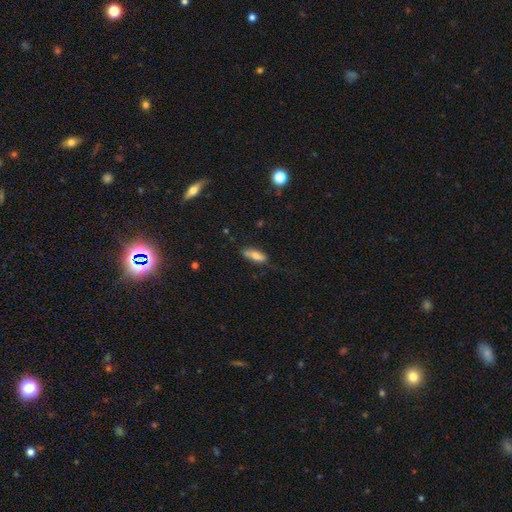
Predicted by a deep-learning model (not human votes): Morphology: type=smooth (72%); roundness=in between (65%); merging=none (72%).